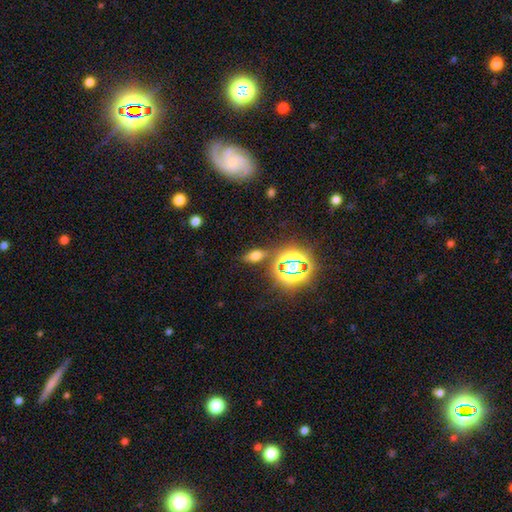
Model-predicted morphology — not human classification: Smooth or featured: smooth — 58% (star or artifact — 31%)
How rounded: in between — 82% (cigar-shaped — 10%)
Merging: none — 82% (minor disturbance — 10%)